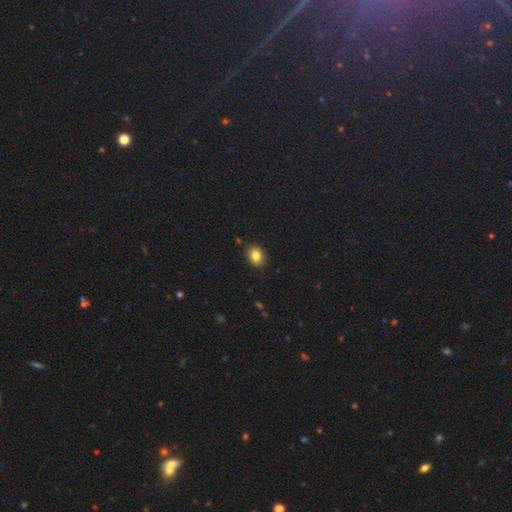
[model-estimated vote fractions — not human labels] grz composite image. It shows a smooth galaxy with no disk features (84%) that is in between round and cigar-shaped (50%). Merging: none (88%).